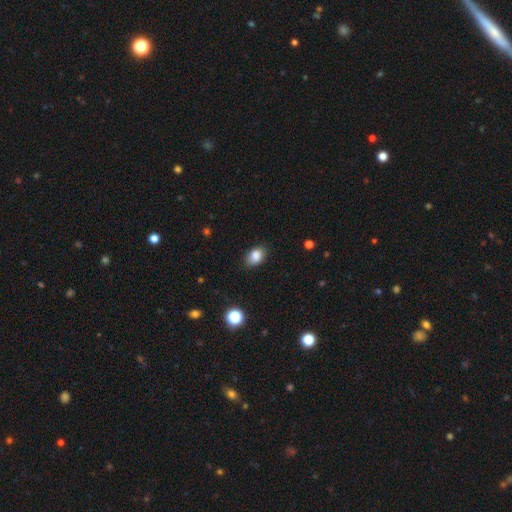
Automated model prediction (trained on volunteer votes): smooth 86%, star or artifact 9%, featured or disk 5%. Down the decision tree: how rounded — in between (82%); merging — none (84%).